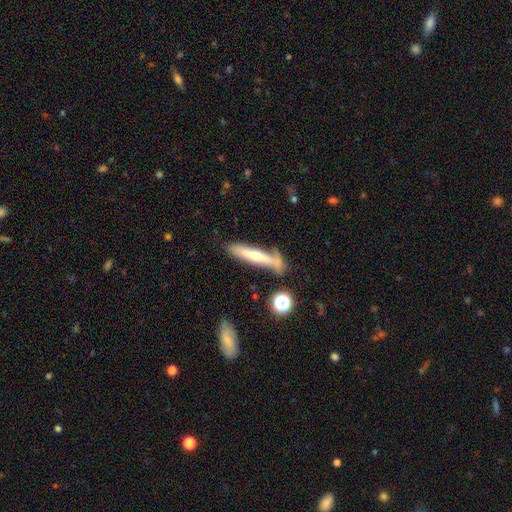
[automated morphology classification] type=featured or disk (48%); merging=none (60%).